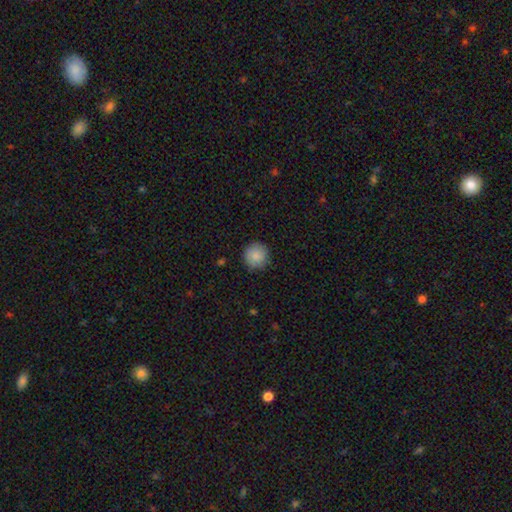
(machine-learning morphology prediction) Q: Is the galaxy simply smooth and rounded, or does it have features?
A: smooth — 87%.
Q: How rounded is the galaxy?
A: round — 95%.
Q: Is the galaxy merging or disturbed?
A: none — 89%.